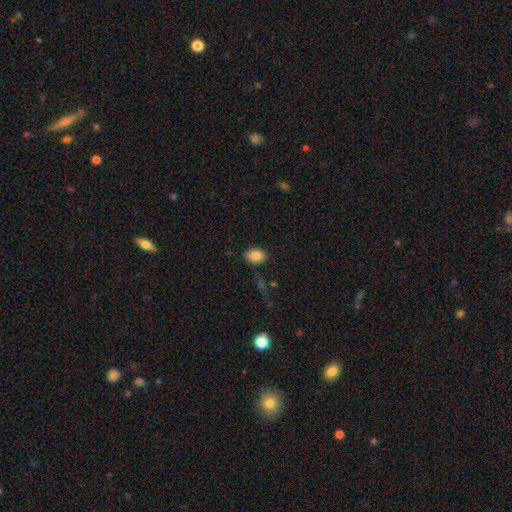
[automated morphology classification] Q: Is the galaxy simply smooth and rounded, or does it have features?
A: smooth — 85%.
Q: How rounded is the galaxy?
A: in between — 73%.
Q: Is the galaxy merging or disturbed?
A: none — 83%.